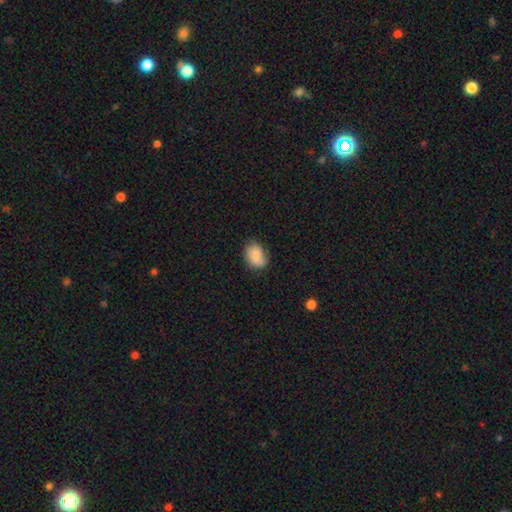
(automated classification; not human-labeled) Smooth or featured? smooth (81%)
How rounded? in between (69%)
Merging? none (68%)